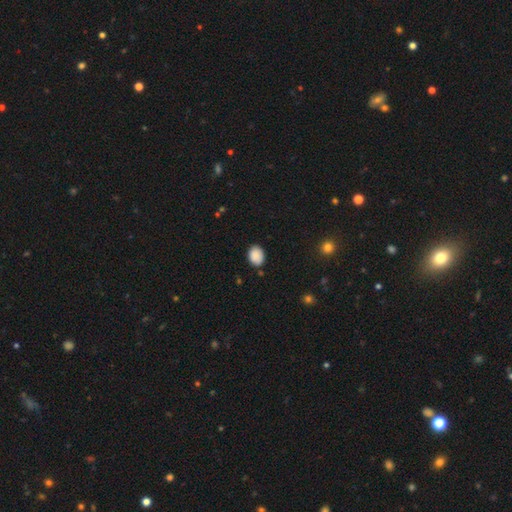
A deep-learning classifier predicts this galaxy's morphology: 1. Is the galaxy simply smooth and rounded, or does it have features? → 89% smooth, 8% star or artifact, 4% featured or disk.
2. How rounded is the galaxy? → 65% in between, 35% round, 1% cigar-shaped.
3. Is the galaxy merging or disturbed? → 83% none, 13% minor disturbance, 2% major disturbance, 2% merger.